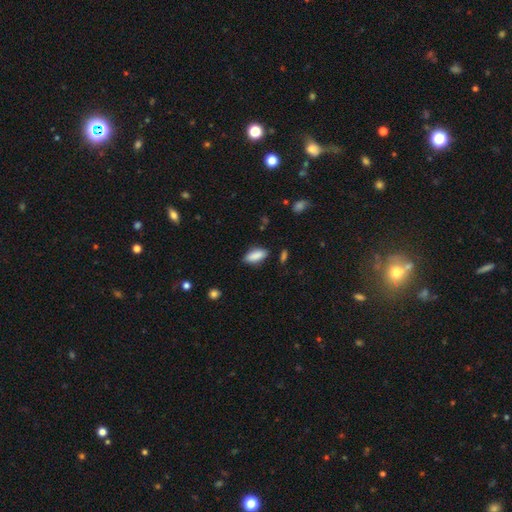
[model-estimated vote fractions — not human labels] Morphology: type=smooth (88%); roundness=in between (82%); merging=none (83%).